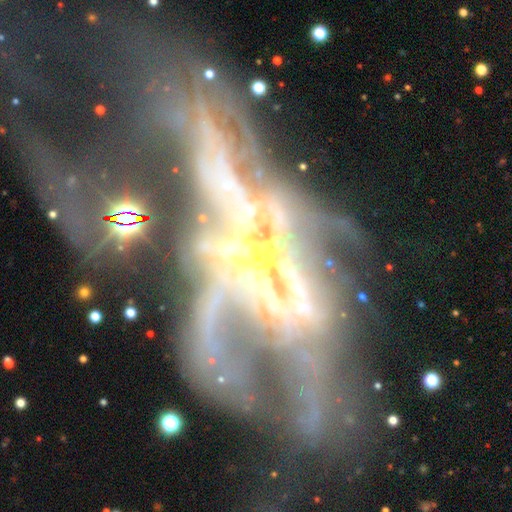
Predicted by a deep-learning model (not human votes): smooth-or-featured: featured or disk: 72% | star or artifact: 18% | smooth: 10%
  disk-edge-on: no: 79% | yes: 21%
    bar: no: 68% | weak: 17% | strong: 15%
    has-spiral-arms: no: 55% | yes: 45%
    bulge-size: small: 38% | moderate: 34% | none: 18% | large: 7% | dominant: 3%
  merging: major disturbance: 51% | merger: 30% | none: 11% | minor disturbance: 8%